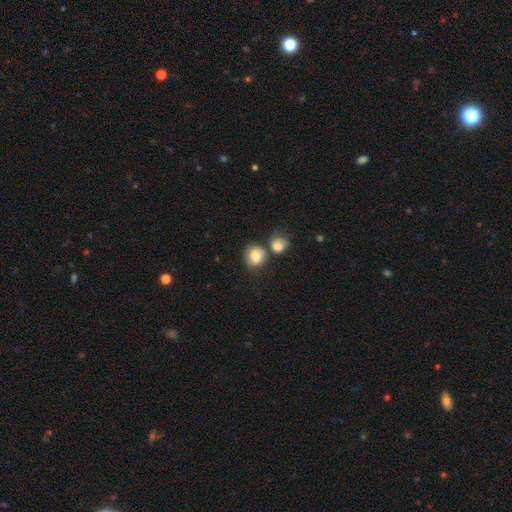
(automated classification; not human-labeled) This is clearly a smooth galaxy (81%). How rounded: likely round (70%). Merging: possibly none (52%).